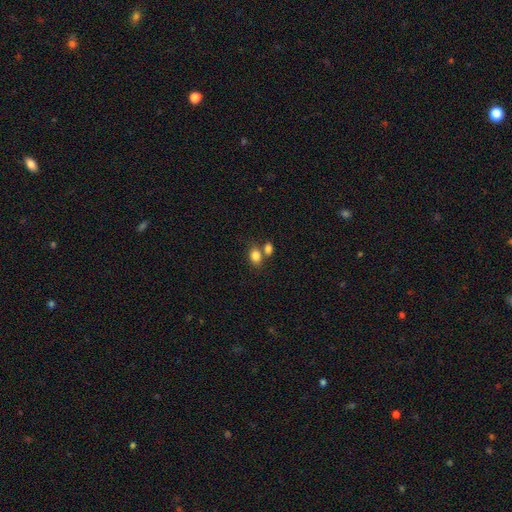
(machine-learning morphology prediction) smooth_or_featured: smooth (p=0.83) [alt: star or artifact p=0.10]
how_rounded: in between (p=0.72) [alt: round p=0.26]
merging: none (p=0.48) [alt: merger p=0.36]